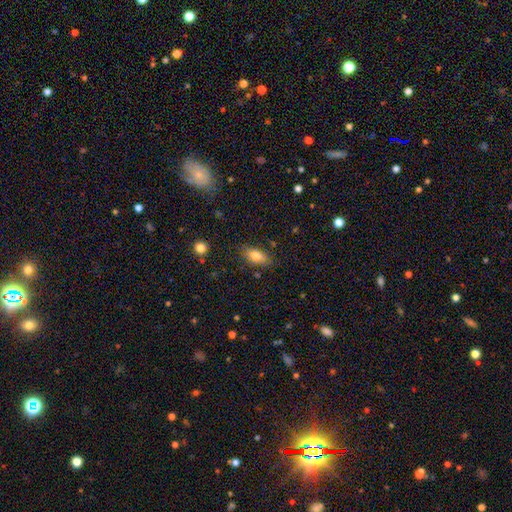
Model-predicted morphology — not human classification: This is likely a smooth galaxy (77%). How rounded: clearly in between (82%). Merging: clearly none (81%).